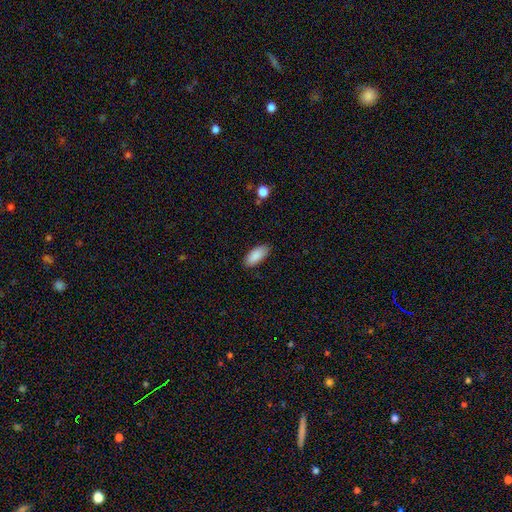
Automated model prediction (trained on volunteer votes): smooth_or_featured: smooth (p=0.89) [alt: star or artifact p=0.06]
how_rounded: in between (p=0.87) [alt: cigar-shaped p=0.11]
merging: none (p=0.86) [alt: minor disturbance p=0.11]